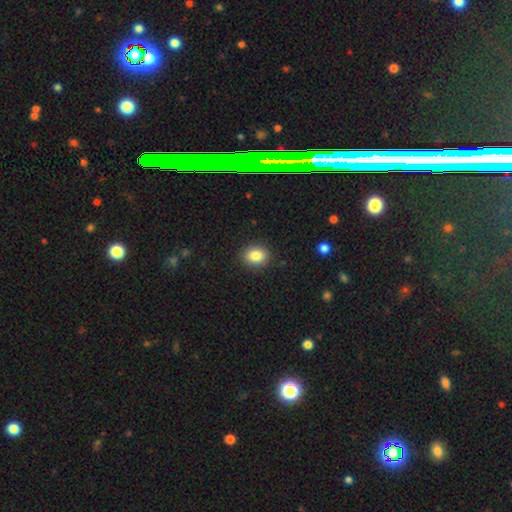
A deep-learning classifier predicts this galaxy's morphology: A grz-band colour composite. It shows a smooth galaxy with no disk features (85%) that is round (50%). Merging: none (89%).